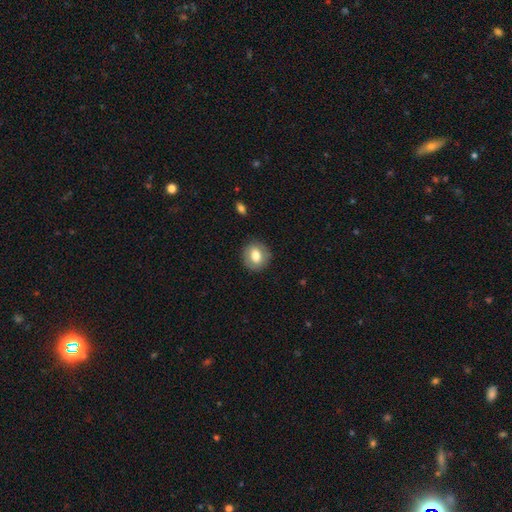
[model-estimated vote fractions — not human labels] Smooth or featured: smooth — 72% (featured or disk — 20%)
How rounded: round — 76% (in between — 23%)
Merging: none — 86% (minor disturbance — 9%)